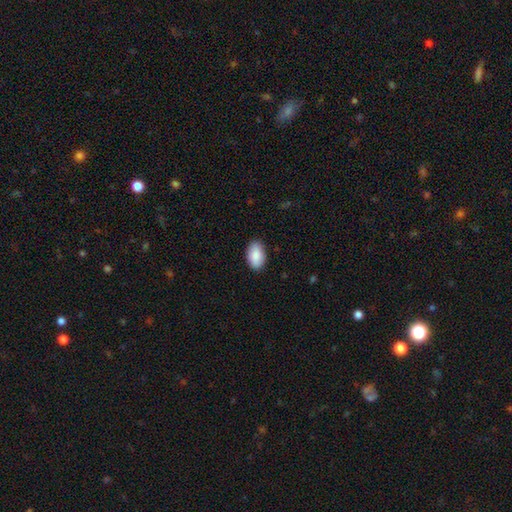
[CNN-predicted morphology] Q: Smooth or featured?
A: smooth (89%); runner-up: star or artifact (6%)
Q: How rounded?
A: in between (94%); runner-up: round (5%)
Q: Merging?
A: none (87%); runner-up: minor disturbance (10%)